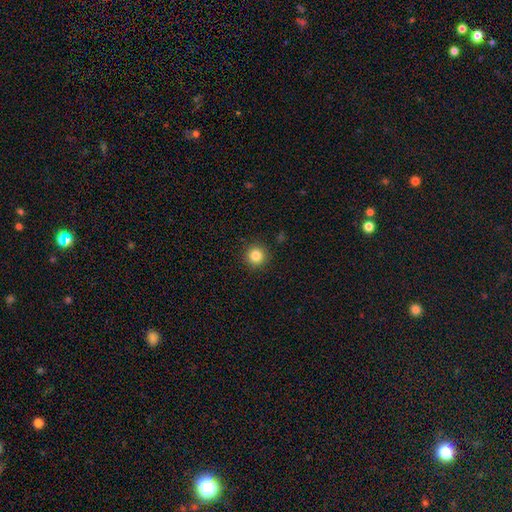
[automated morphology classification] Overall: smooth (83%). How rounded: round (95%). Merging: none (92%).